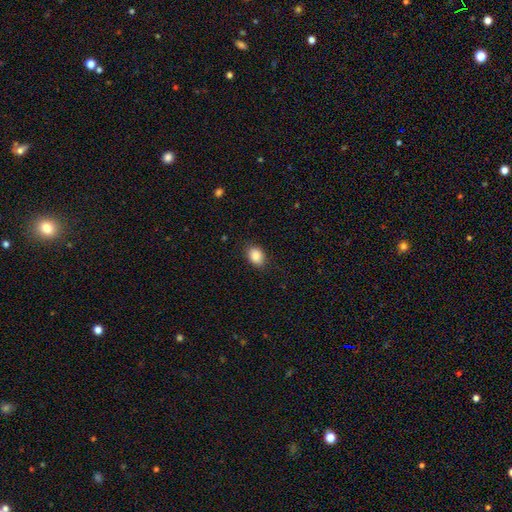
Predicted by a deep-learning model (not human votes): Smooth or featured: smooth — 88% (star or artifact — 8%)
How rounded: in between — 70% (round — 29%)
Merging: none — 86% (minor disturbance — 10%)